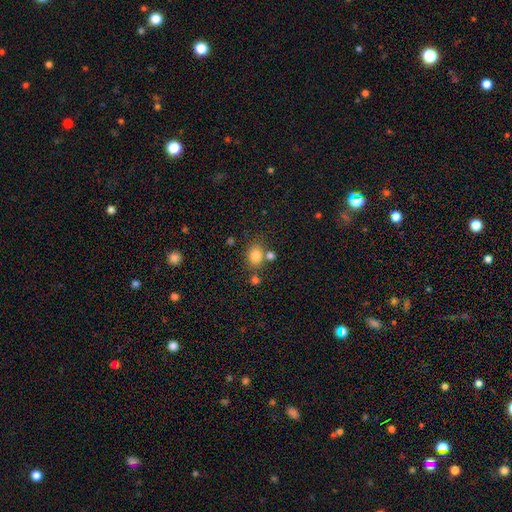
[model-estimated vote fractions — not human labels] Smooth or featured: smooth — 82% (star or artifact — 12%)
How rounded: round — 55% (in between — 44%)
Merging: none — 66% (merger — 17%)